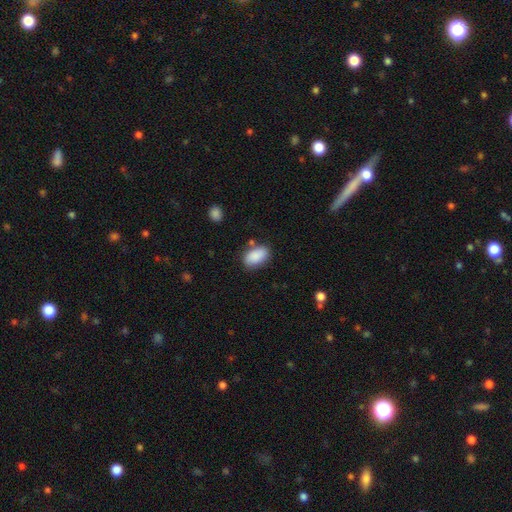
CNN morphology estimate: Smooth or featured? smooth (88%)
How rounded? in between (93%)
Merging? none (75%)